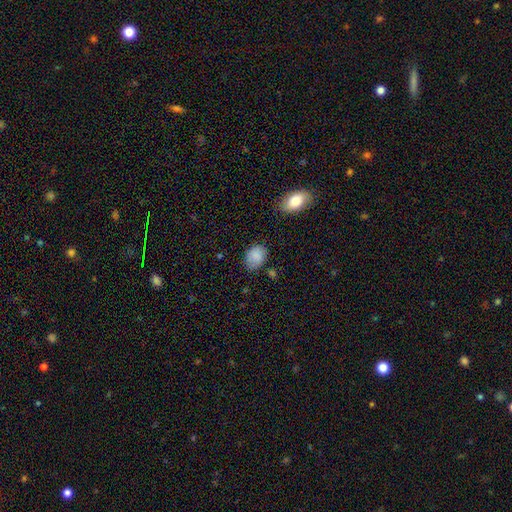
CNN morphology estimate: Overall: smooth (85%). How rounded: in between (75%). Merging: none (73%).